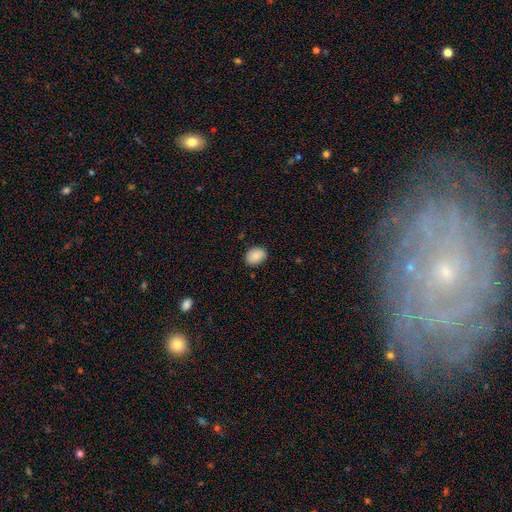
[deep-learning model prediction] Smooth or featured? Predicted: smooth (p=0.90). How rounded? Predicted: in between (p=0.72). Merging? Predicted: none (p=0.85).